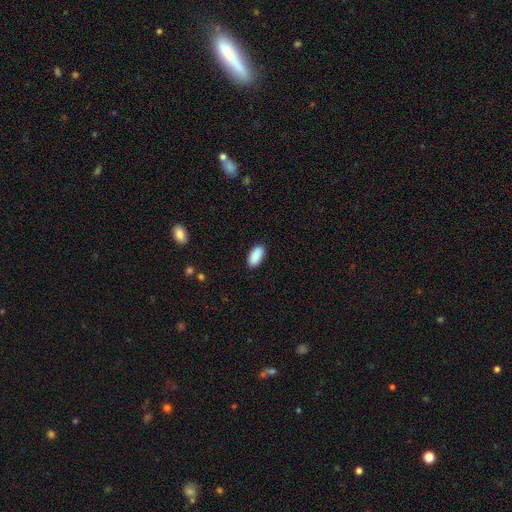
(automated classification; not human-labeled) Overall: smooth (91%). How rounded: in between (95%). Merging: none (89%).